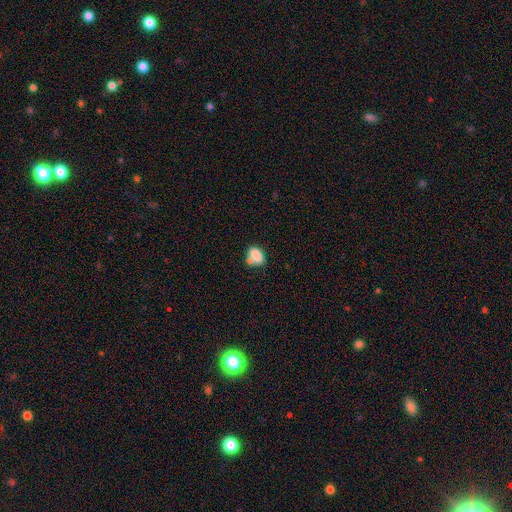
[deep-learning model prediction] This is likely a smooth galaxy (80%). How rounded: likely in between (79%). Merging: marginally none (45%).